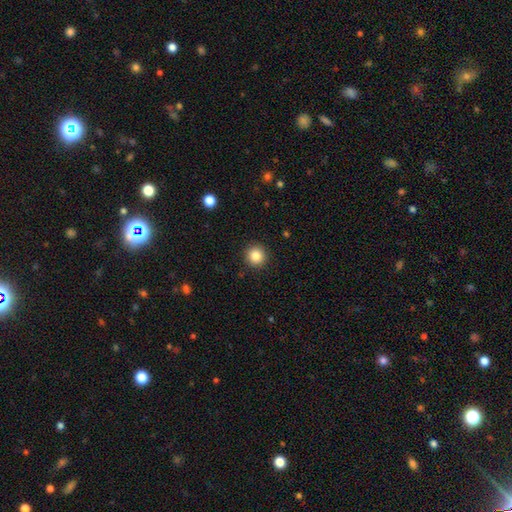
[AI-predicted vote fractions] The model was most divided on "smooth or featured": smooth: 84%, star or artifact: 10%, featured or disk: 5%. More confident: how rounded — round (95%); merging — none (92%).